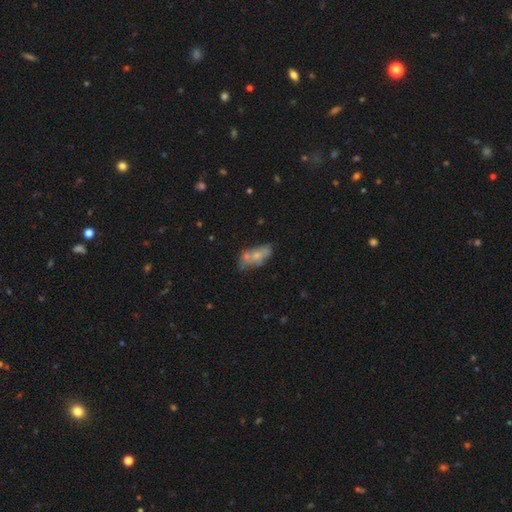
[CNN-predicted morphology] This is possibly a smooth galaxy (53%). How rounded: likely in between (80%). Merging: marginally none (39%).